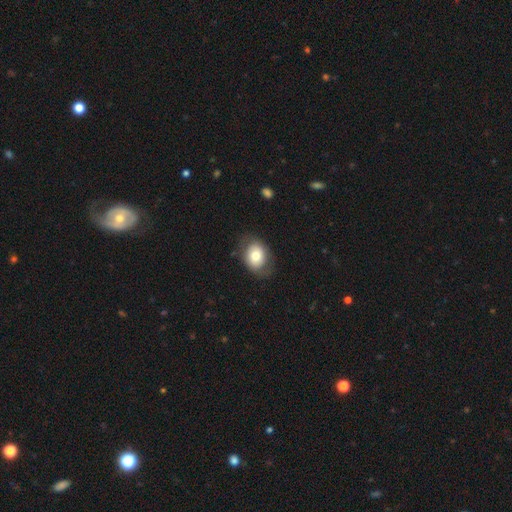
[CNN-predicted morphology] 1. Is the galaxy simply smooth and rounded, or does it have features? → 73% smooth, 19% featured or disk, 8% star or artifact.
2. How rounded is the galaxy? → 56% in between, 43% round, 1% cigar-shaped.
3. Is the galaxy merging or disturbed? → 74% none, 18% minor disturbance, 7% major disturbance, 1% merger.